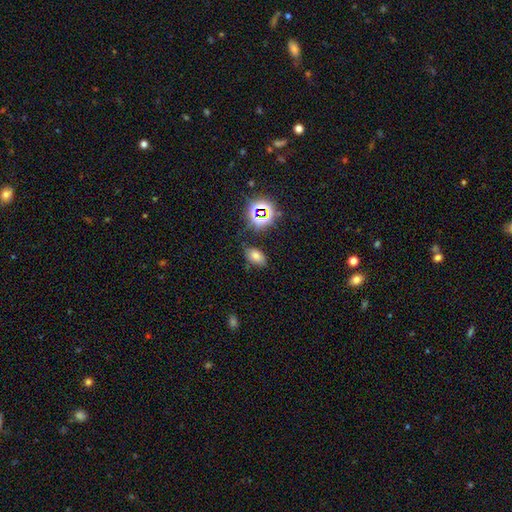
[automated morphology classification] smooth_or_featured: smooth (p=0.67) [alt: star or artifact p=0.23]
how_rounded: in between (p=0.90) [alt: round p=0.09]
merging: none (p=0.76) [alt: minor disturbance p=0.16]